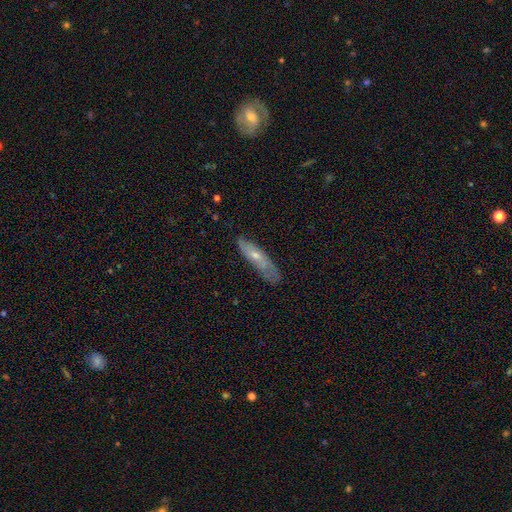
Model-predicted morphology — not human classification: The model was most divided on "smooth or featured": smooth: 47%, featured or disk: 46%, star or artifact: 7%. More confident: merging — none (65%).